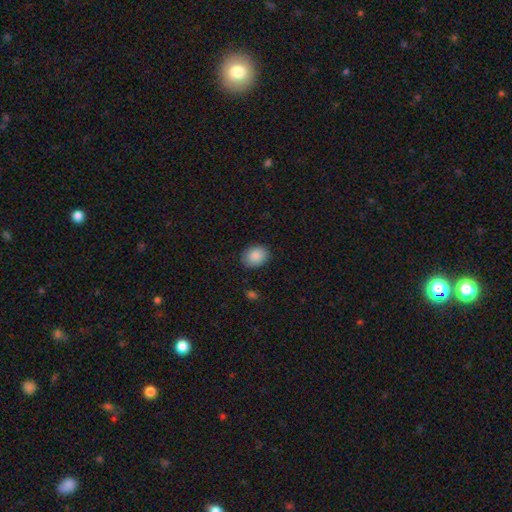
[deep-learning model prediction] Q: Smooth or featured?
A: smooth (88%); runner-up: star or artifact (8%)
Q: How rounded?
A: in between (54%); runner-up: round (45%)
Q: Merging?
A: none (86%); runner-up: minor disturbance (10%)